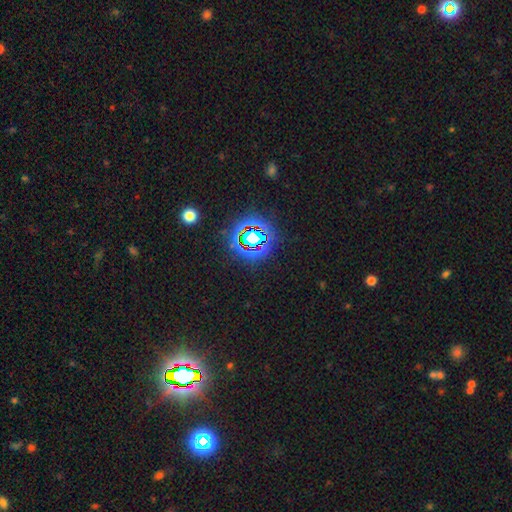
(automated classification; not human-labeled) Smooth or featured? star or artifact (76%)